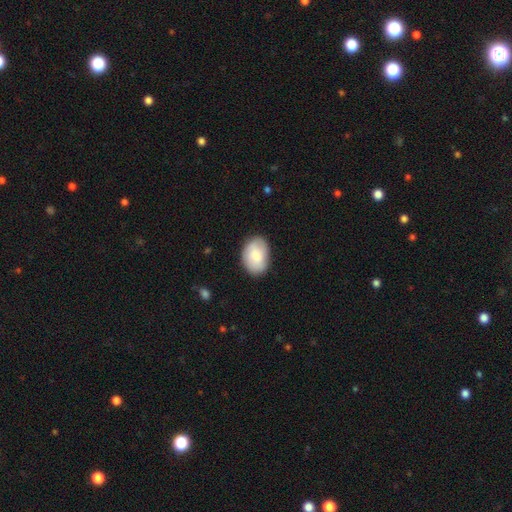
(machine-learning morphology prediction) Q: Smooth or featured?
A: smooth (74%); runner-up: featured or disk (20%)
Q: How rounded?
A: in between (80%); runner-up: round (19%)
Q: Merging?
A: none (83%); runner-up: minor disturbance (13%)